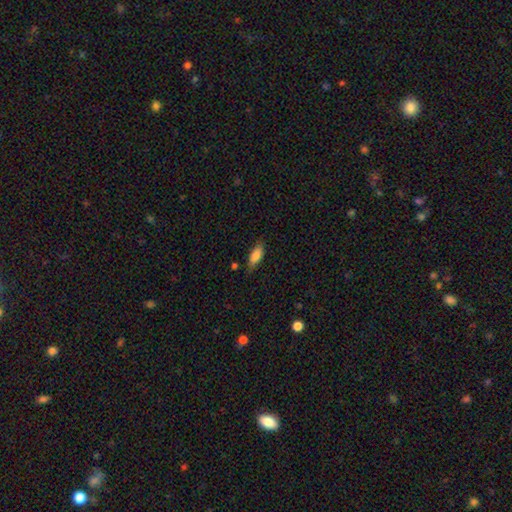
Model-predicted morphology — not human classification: This appears to be a smooth galaxy with no disk features (80%) that is in between round and cigar-shaped (75%). Merging: none (72%).